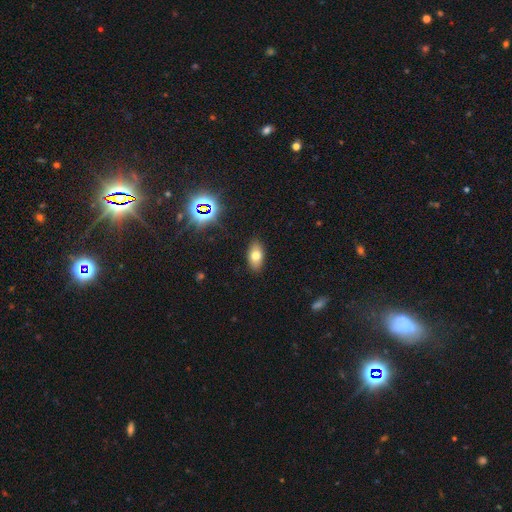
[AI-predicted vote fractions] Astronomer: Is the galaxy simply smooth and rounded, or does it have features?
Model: smooth — 72%.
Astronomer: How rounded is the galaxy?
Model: in between — 90%.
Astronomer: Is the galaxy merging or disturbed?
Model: none — 88%.